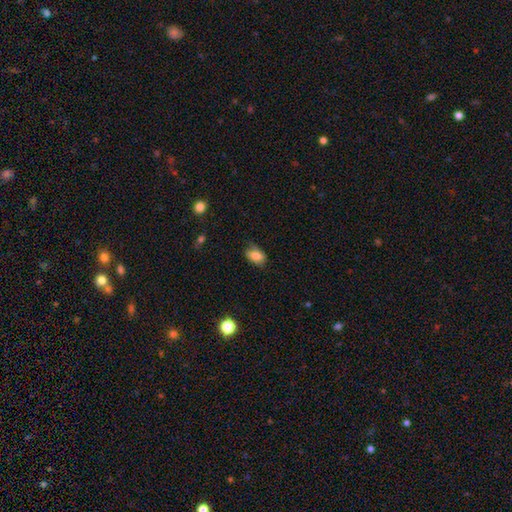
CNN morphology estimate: Smooth or featured? Predicted: smooth (p=0.79). How rounded? Predicted: in between (p=0.88). Merging? Predicted: none (p=0.62).